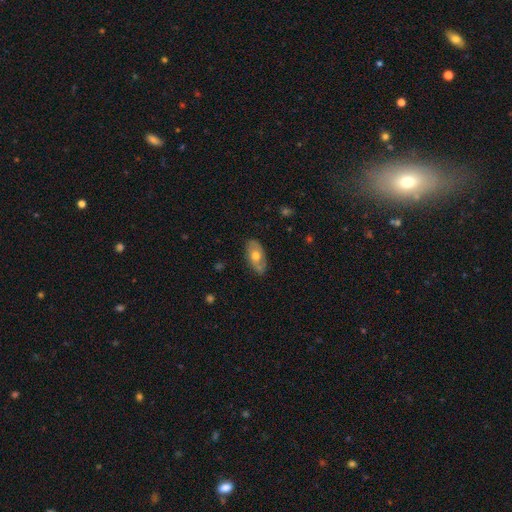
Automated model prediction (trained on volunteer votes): Smooth or featured: smooth — 54% (featured or disk — 39%)
How rounded: in between — 91% (round — 6%)
Merging: none — 76% (minor disturbance — 19%)